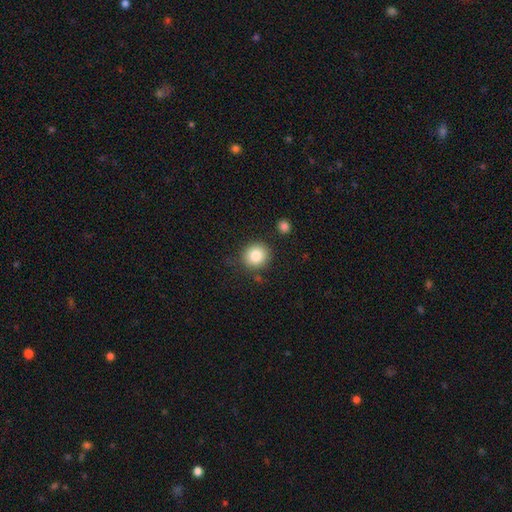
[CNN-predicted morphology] smooth-or-featured: smooth: 84% | star or artifact: 9% | featured or disk: 7%
  how-rounded: round: 89% | in between: 10% | cigar-shaped: 1%
  merging: none: 83% | minor disturbance: 10% | merger: 4% | major disturbance: 3%